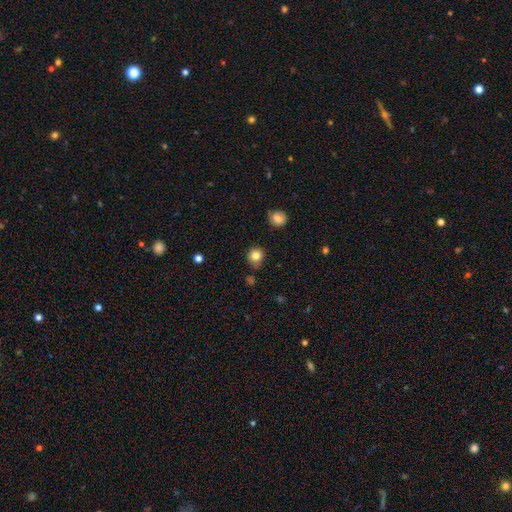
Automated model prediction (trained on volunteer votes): smooth-or-featured: smooth: 82% | star or artifact: 11% | featured or disk: 6%
  how-rounded: round: 90% | in between: 10% | cigar-shaped: 1%
  merging: none: 82% | minor disturbance: 12% | merger: 3% | major disturbance: 3%